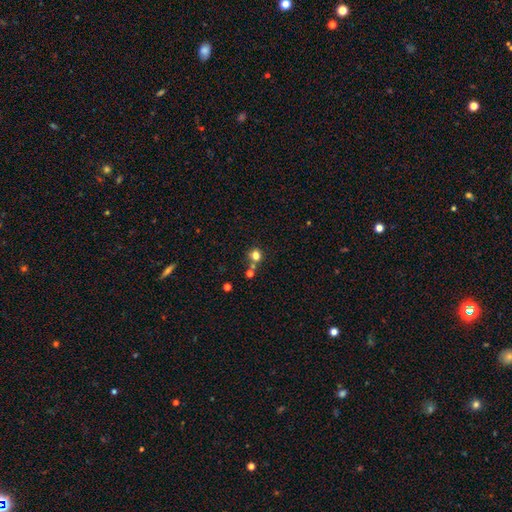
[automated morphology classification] Smooth or featured?
  - smooth: 76% *
  - star or artifact: 16%
  - featured or disk: 9%
How rounded?
  - round: 85% *
  - in between: 14%
  - cigar-shaped: 1%
Merging?
  - none: 61% *
  - merger: 25%
  - minor disturbance: 10%
  - major disturbance: 4%